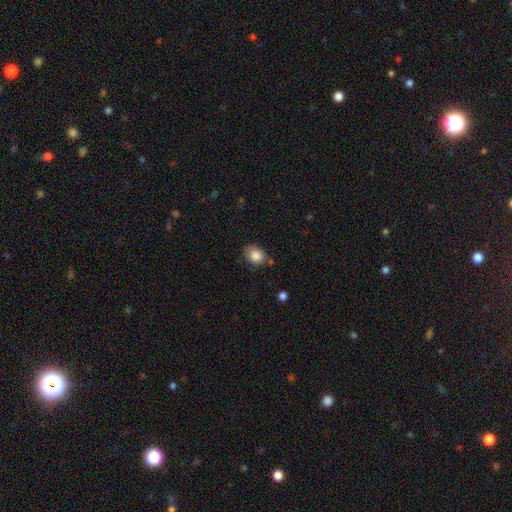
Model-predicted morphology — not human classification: Overall: smooth (86%). How rounded: in between (56%; round 43%). Merging: none (65%).